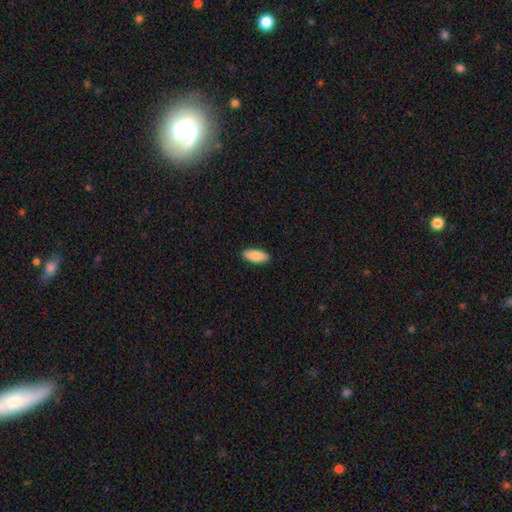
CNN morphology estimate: Q: Smooth or featured?
A: smooth (85%); runner-up: featured or disk (9%)
Q: How rounded?
A: in between (84%); runner-up: cigar-shaped (14%)
Q: Merging?
A: none (90%); runner-up: minor disturbance (8%)